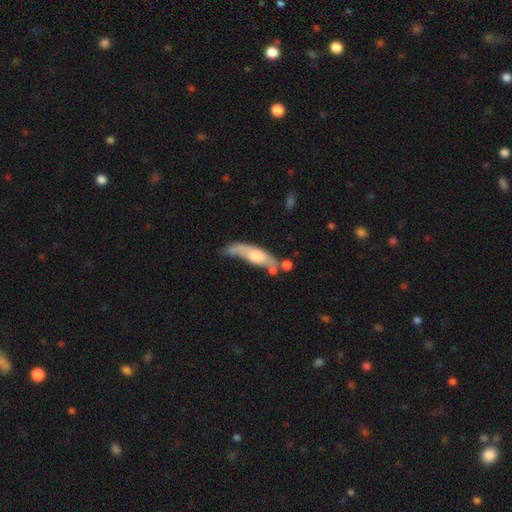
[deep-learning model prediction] Overall: smooth (51%; featured or disk 43%). How rounded: cigar-shaped (61%; in between 37%). Merging: none (33%; minor disturbance 26%).